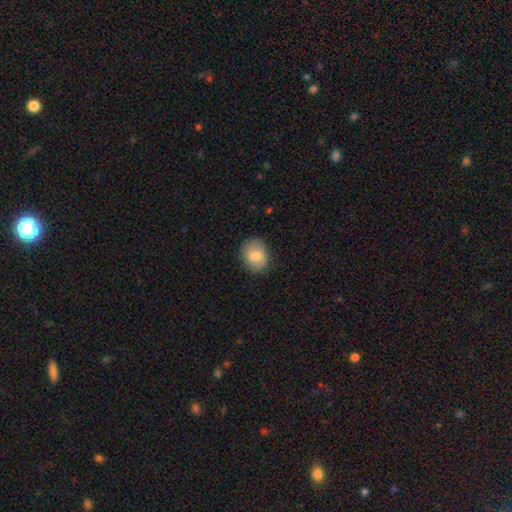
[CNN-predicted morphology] A smooth galaxy with no disk features (74%) that is round (52%). Merging: none (82%).